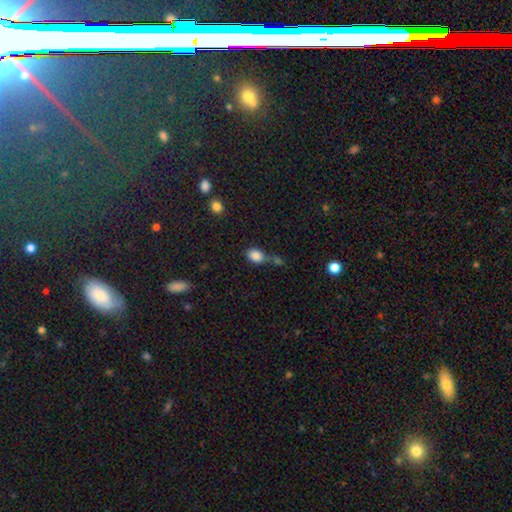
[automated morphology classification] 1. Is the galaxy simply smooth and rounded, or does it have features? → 85% smooth, 10% star or artifact, 5% featured or disk.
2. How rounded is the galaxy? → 70% in between, 29% round, 2% cigar-shaped.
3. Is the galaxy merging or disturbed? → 46% none, 28% merger, 18% minor disturbance, 8% major disturbance.